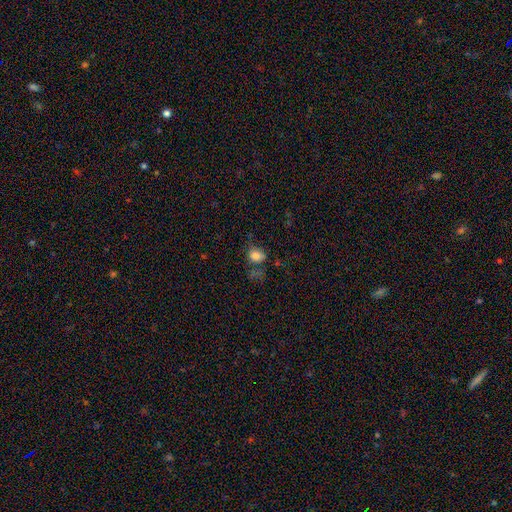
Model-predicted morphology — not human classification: Smooth or featured?
  - smooth: 78% *
  - star or artifact: 13%
  - featured or disk: 9%
How rounded?
  - round: 51% *
  - in between: 48%
  - cigar-shaped: 1%
Merging?
  - none: 47% *
  - minor disturbance: 26%
  - major disturbance: 18%
  - merger: 10%